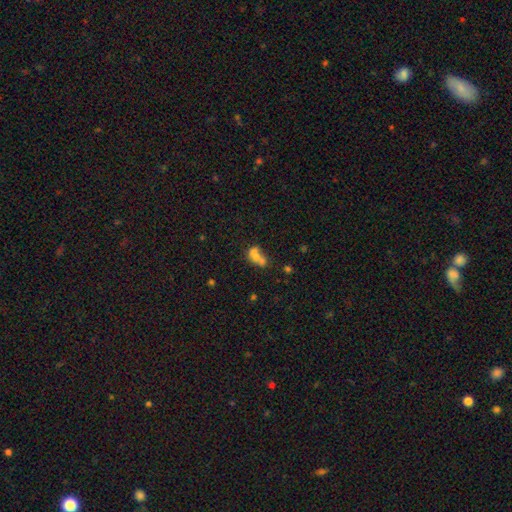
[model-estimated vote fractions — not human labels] Smooth or featured? Predicted: smooth (p=0.58). How rounded? Predicted: in between (p=0.53). Merging? Predicted: merger (p=0.66).